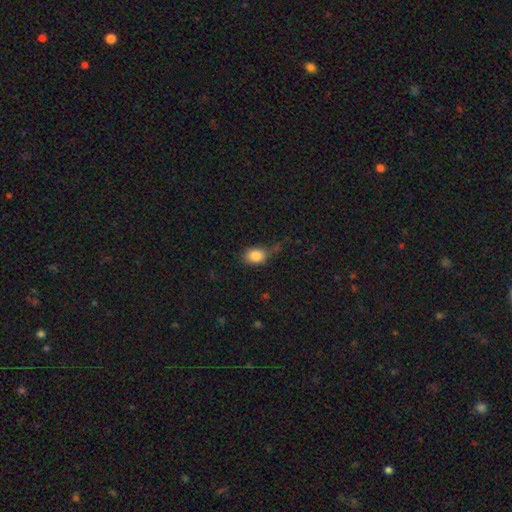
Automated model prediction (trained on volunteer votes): This is clearly a smooth galaxy (85%). How rounded: likely in between (61%). Merging: likely none (63%).